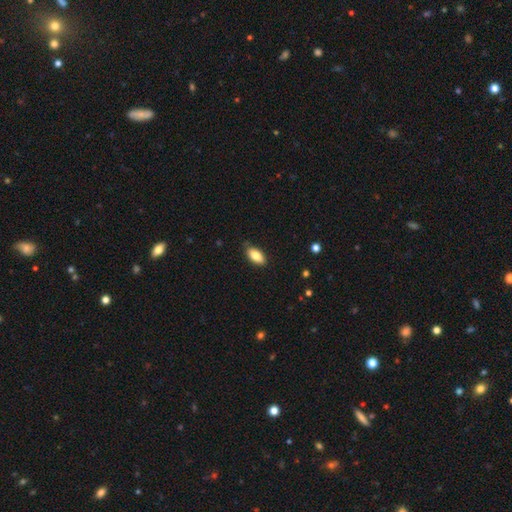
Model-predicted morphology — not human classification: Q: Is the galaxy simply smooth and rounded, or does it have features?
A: smooth — 82%.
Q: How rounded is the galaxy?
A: in between — 89%.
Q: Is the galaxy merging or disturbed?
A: none — 83%.